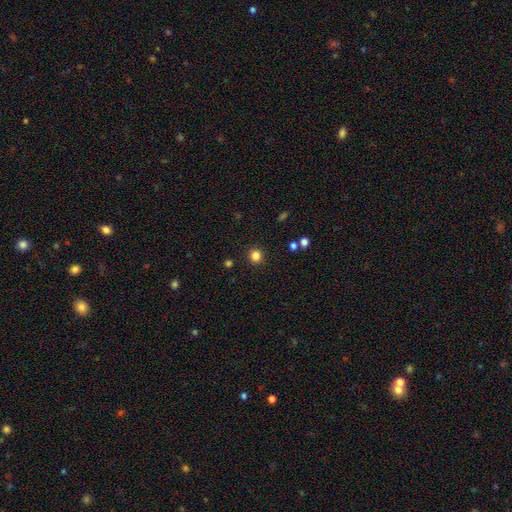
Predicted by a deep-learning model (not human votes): Morphology: type=smooth (83%); roundness=round (93%); merging=none (91%).